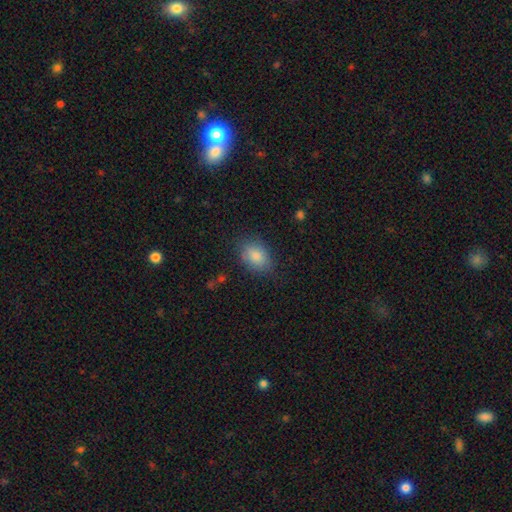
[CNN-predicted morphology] This is clearly a smooth galaxy (85%). How rounded: likely in between (79%). Merging: likely none (79%).